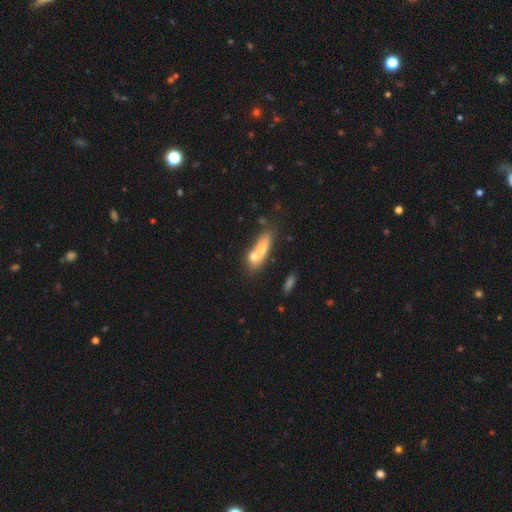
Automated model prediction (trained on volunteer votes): smooth 58%, featured or disk 30%, star or artifact 12%. Down the decision tree: how rounded — cigar-shaped (50%); merging — merger (43%).